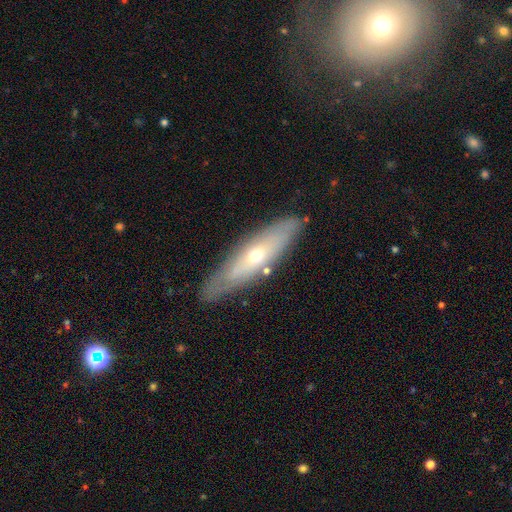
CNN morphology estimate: smooth_or_featured: featured or disk (p=0.54) [alt: smooth p=0.39]
disk_edge_on: no (p=0.53) [alt: yes p=0.47]
merging: none (p=0.79) [alt: minor disturbance p=0.14]